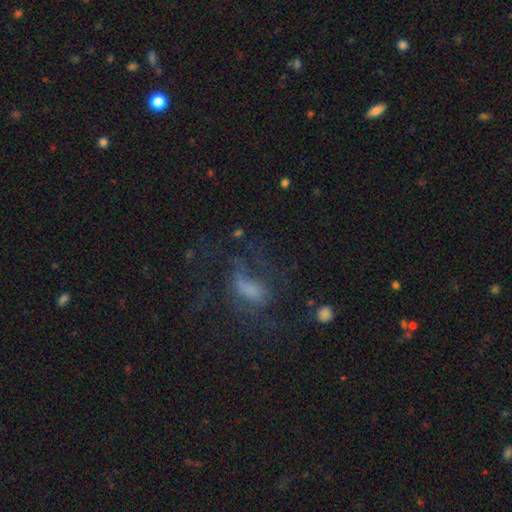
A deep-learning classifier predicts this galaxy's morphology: This appears to be a featured or disk galaxy (43%). Merging: none (53%).